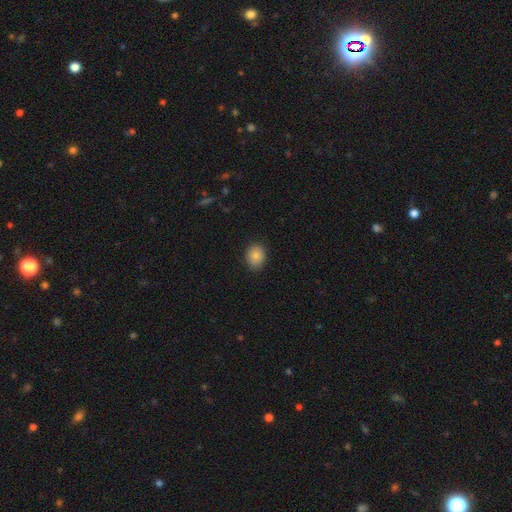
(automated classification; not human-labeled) smooth 84%, star or artifact 9%, featured or disk 7%. Down the decision tree: how rounded — round (53%); merging — none (86%).